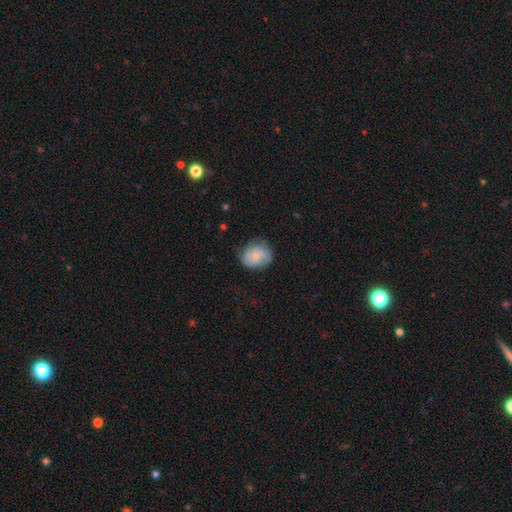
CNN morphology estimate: Q: Smooth or featured?
A: smooth (58%); runner-up: featured or disk (35%)
Q: How rounded?
A: round (72%); runner-up: in between (27%)
Q: Merging?
A: none (64%); runner-up: minor disturbance (26%)